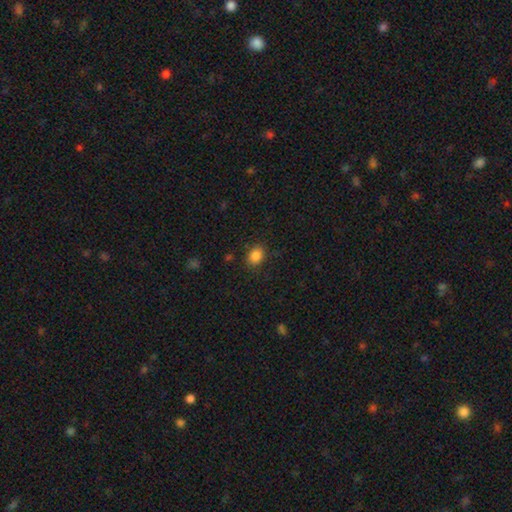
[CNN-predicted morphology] This appears to be a smooth galaxy with no disk features (86%) that is in between round and cigar-shaped (65%). Merging: none (85%).